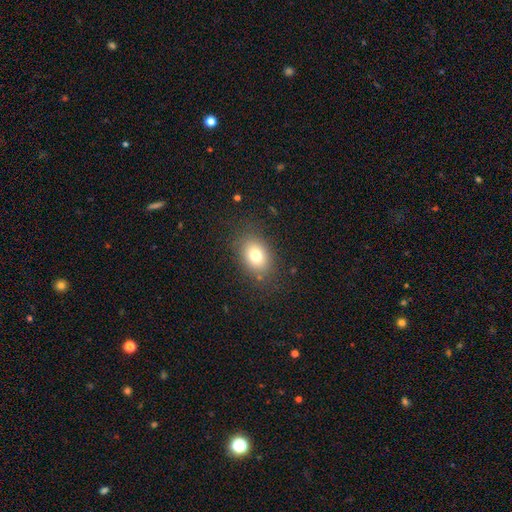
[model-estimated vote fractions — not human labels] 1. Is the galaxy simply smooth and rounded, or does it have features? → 76% smooth, 12% featured or disk, 12% star or artifact.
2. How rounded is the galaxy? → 67% in between, 32% round, 1% cigar-shaped.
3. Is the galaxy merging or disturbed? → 82% none, 12% minor disturbance, 5% major disturbance, 1% merger.